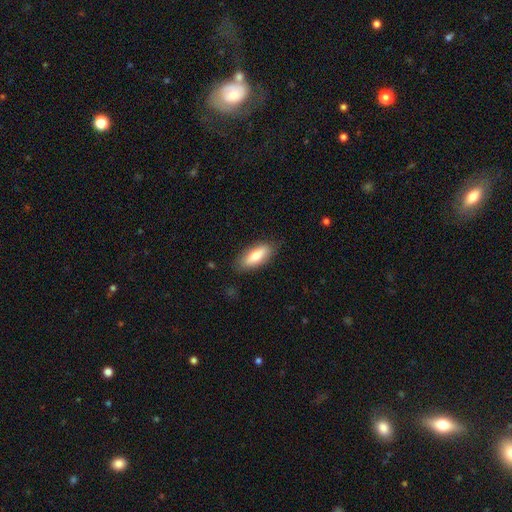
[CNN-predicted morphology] This is likely a smooth galaxy (73%). How rounded: likely in between (72%). Merging: clearly none (83%).